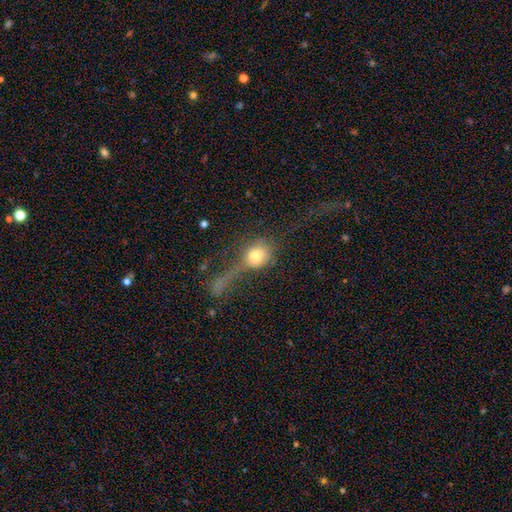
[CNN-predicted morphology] type=smooth (71%); roundness=round (68%); merging=major disturbance (44%).